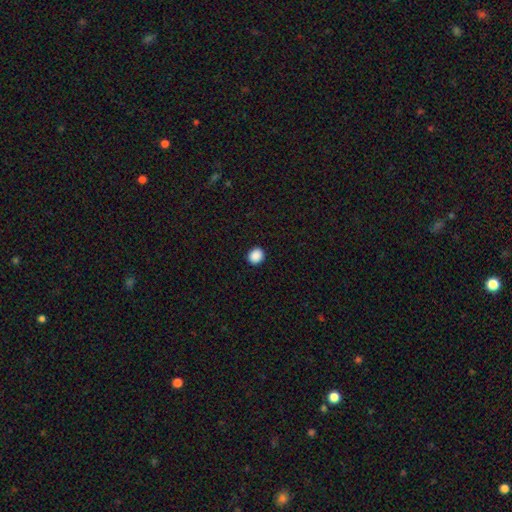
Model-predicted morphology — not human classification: A smooth galaxy with no disk features (89%) that is round (77%). Merging: none (92%).